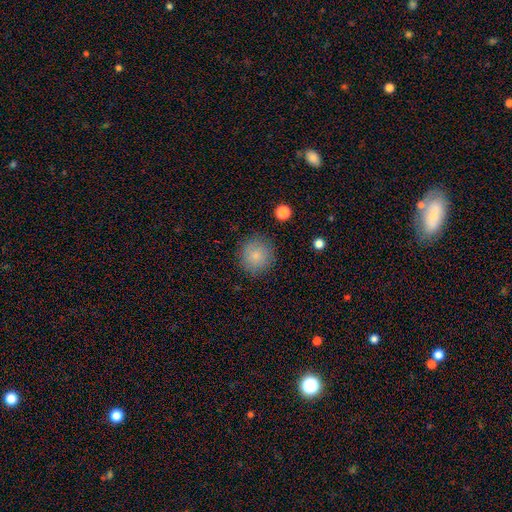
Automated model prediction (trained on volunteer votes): This appears to be a smooth galaxy with no disk features (82%) that is round (92%). Merging: none (86%).